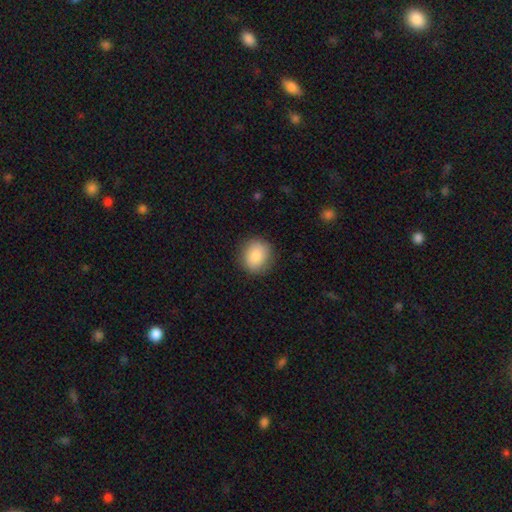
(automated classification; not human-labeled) smooth-or-featured: smooth: 82% | featured or disk: 10% | star or artifact: 8%
  how-rounded: round: 76% | in between: 23% | cigar-shaped: 1%
  merging: none: 87% | minor disturbance: 9% | major disturbance: 3% | merger: 1%